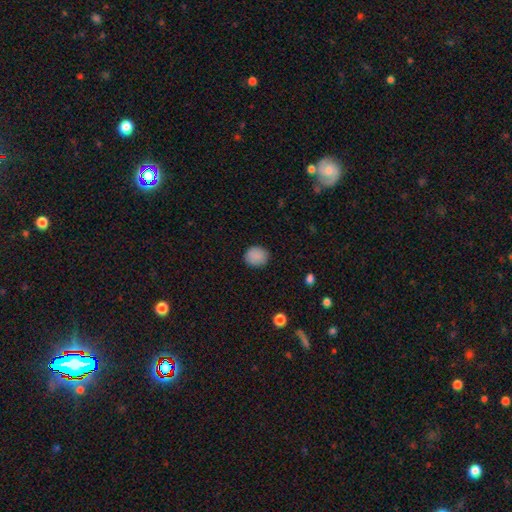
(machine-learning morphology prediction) A smooth galaxy with no disk features (88%) that is round (74%).

Vote fractions:
- Smooth or featured? smooth: 88% / star or artifact: 8% / featured or disk: 4%
- How rounded? round: 74% / in between: 25% / cigar-shaped: 1%
- Merging? none: 87% / minor disturbance: 9% / major disturbance: 2% / merger: 1%